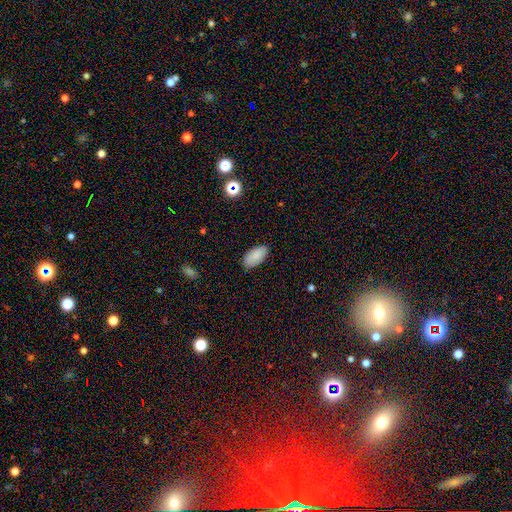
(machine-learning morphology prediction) Smooth or featured?
  - smooth: 88% *
  - star or artifact: 7%
  - featured or disk: 5%
How rounded?
  - in between: 94% *
  - cigar-shaped: 3%
  - round: 2%
Merging?
  - none: 85% *
  - minor disturbance: 12%
  - major disturbance: 2%
  - merger: 1%